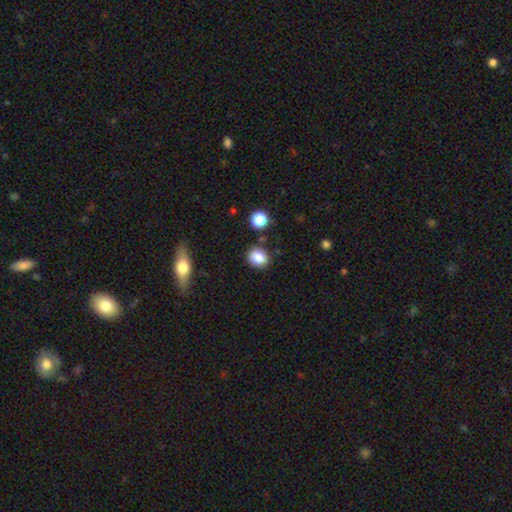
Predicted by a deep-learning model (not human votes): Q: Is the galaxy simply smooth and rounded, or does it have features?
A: smooth — 82%.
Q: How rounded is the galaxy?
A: round — 65%.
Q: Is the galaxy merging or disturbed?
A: none — 85%.